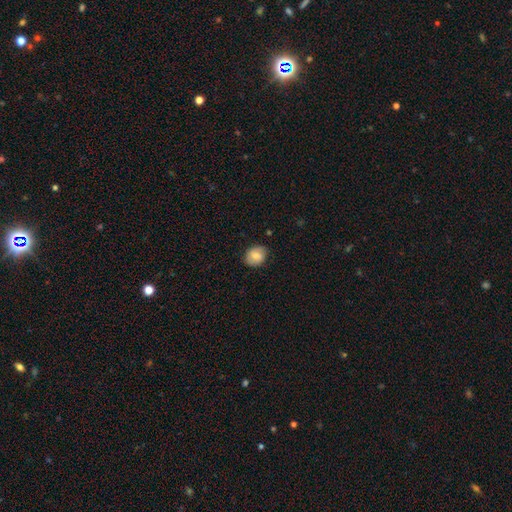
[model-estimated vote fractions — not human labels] This appears to be a smooth galaxy with no disk features (76%) that is round (50%). Merging: none (77%).